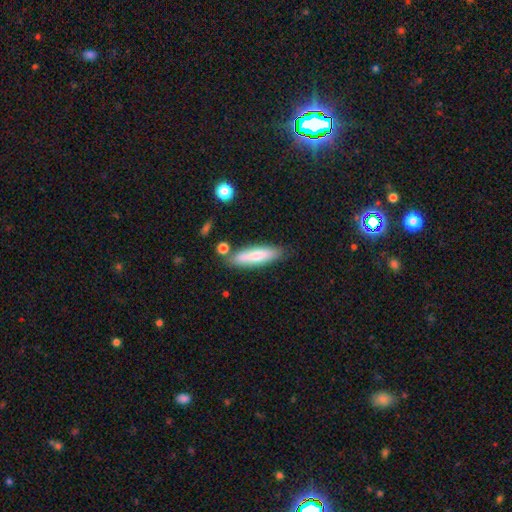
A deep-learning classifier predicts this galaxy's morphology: A smooth galaxy with no disk features (70%) that is cigar-shaped (65%).

Vote fractions:
- Smooth or featured? smooth: 70% / featured or disk: 24% / star or artifact: 6%
- How rounded? cigar-shaped: 65% / in between: 33% / round: 2%
- Merging? none: 76% / minor disturbance: 14% / merger: 7% / major disturbance: 3%